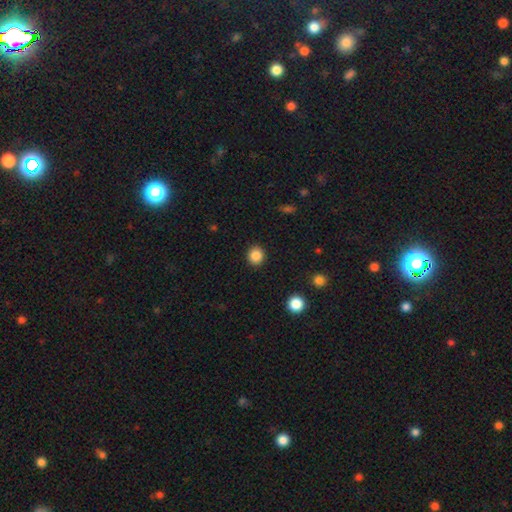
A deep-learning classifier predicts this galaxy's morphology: Smooth or featured? Predicted: smooth (p=0.86). How rounded? Predicted: round (p=0.84). Merging? Predicted: none (p=0.91).